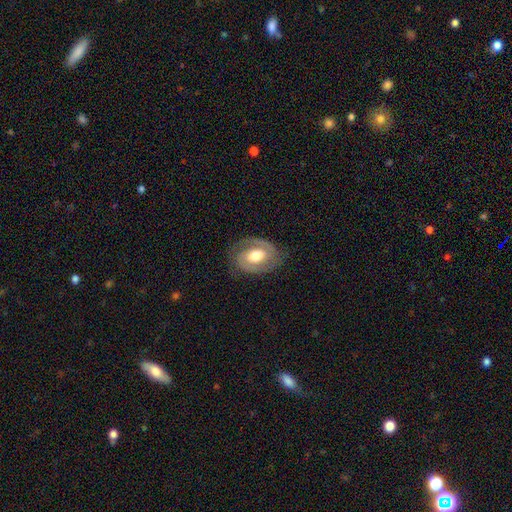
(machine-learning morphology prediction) Smooth or featured? Predicted: featured or disk (p=0.78). Edge-on disk? Predicted: no (p=0.97). Bar? Predicted: no (p=0.50). Spiral arms? Predicted: yes (p=0.87). Spiral winding? Predicted: tight (p=0.52). Spiral arm count? Predicted: 2 (p=0.86). Bulge size? Predicted: moderate (p=0.58). Merging? Predicted: none (p=0.79).